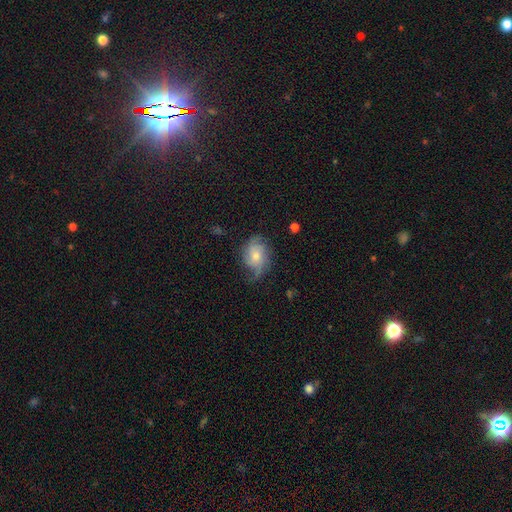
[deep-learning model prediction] featured or disk 63%, smooth 29%, star or artifact 8%. Down the decision tree: edge-on disk — no (97%); bar — no (76%); spiral arms — yes (90%); spiral arm count — 2 (31%); spiral winding — medium (39%); bulge size — moderate (50%); merging — none (58%).